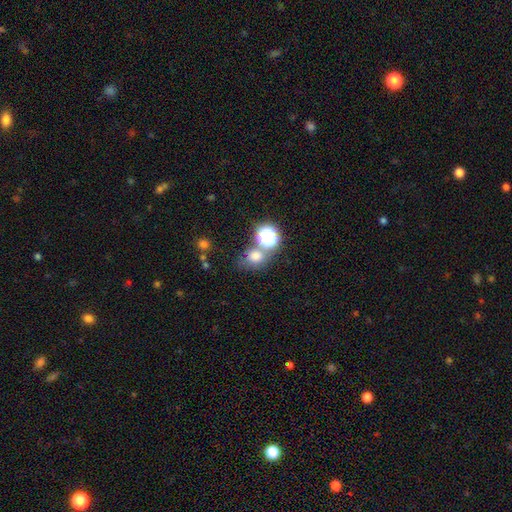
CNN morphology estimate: type=smooth (70%); roundness=round (69%); merging=none (56%).